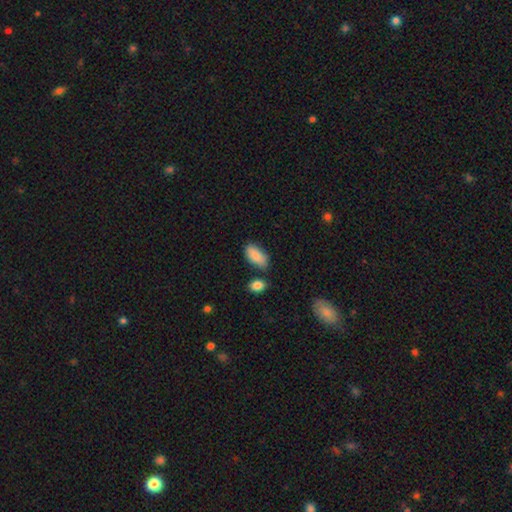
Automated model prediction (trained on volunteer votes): smooth 86%, featured or disk 8%, star or artifact 6%. Down the decision tree: how rounded — in between (93%); merging — none (71%).